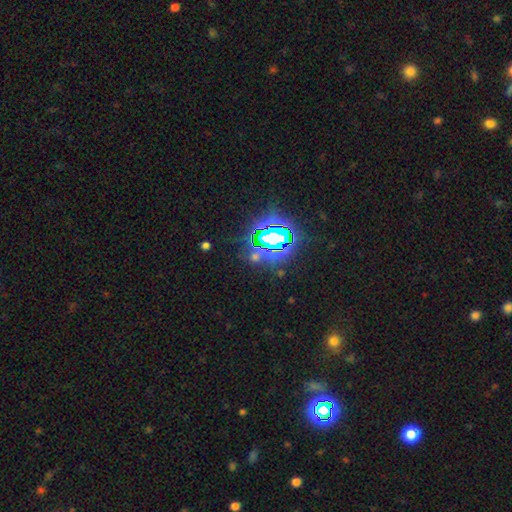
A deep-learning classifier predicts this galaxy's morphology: type=star or artifact (74%).